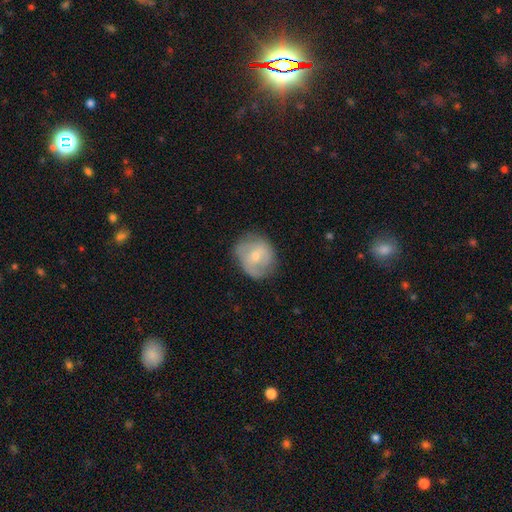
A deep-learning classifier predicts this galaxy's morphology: Smooth or featured: smooth — 51% (featured or disk — 42%)
How rounded: round — 74% (in between — 25%)
Merging: none — 64% (minor disturbance — 25%)